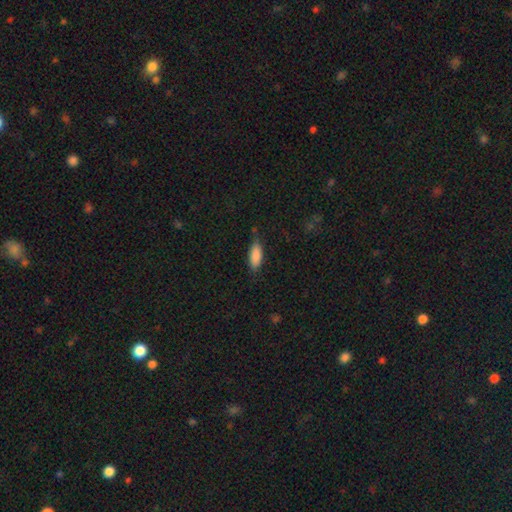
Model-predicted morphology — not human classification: Smooth or featured: smooth — 86% (featured or disk — 7%)
How rounded: in between — 77% (cigar-shaped — 21%)
Merging: none — 69% (minor disturbance — 23%)